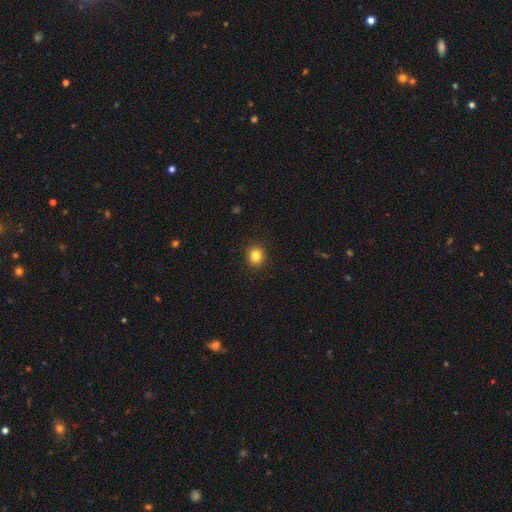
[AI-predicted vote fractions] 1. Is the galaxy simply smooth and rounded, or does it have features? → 83% smooth, 11% star or artifact, 6% featured or disk.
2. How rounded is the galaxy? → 78% round, 21% in between, 1% cigar-shaped.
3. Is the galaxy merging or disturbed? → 91% none, 6% minor disturbance, 2% major disturbance, 1% merger.